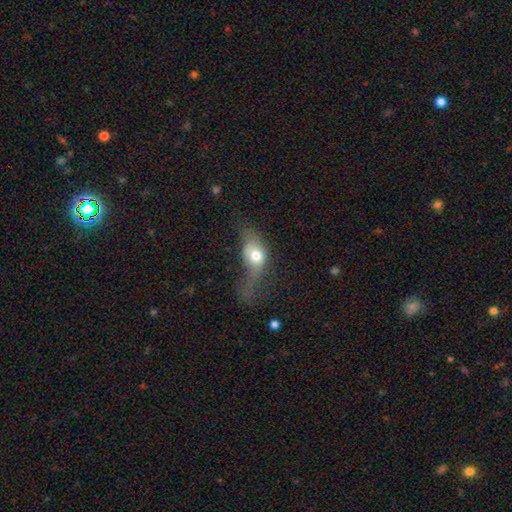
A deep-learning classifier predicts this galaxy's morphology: A smooth galaxy with no disk features (64%) that is in between round and cigar-shaped (67%). Merging: major disturbance (54%).